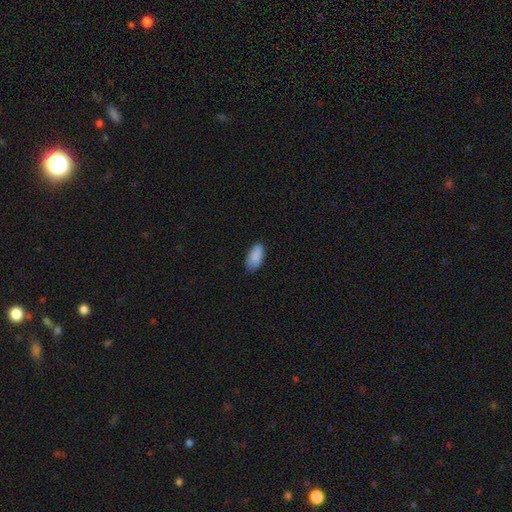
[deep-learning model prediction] This is clearly a smooth galaxy (88%). How rounded: clearly in between (93%). Merging: likely none (76%).